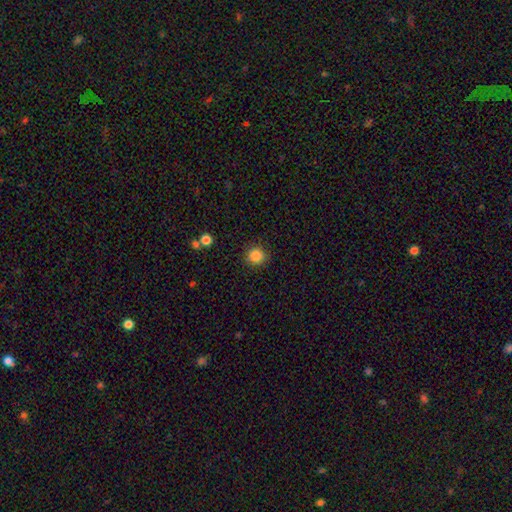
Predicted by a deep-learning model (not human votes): Overall: smooth (86%). How rounded: round (90%). Merging: none (89%).